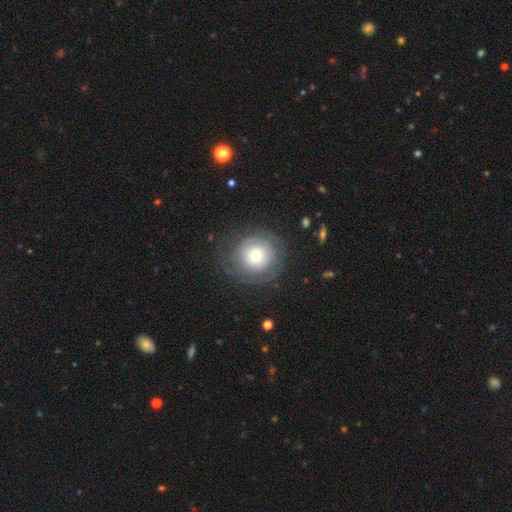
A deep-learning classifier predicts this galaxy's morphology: Q: Smooth or featured?
A: smooth (48%); runner-up: featured or disk (44%)
Q: Merging?
A: none (71%); runner-up: minor disturbance (16%)